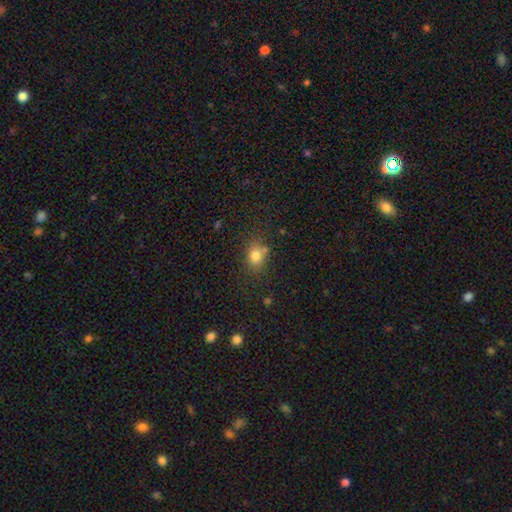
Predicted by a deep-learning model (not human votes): Smooth or featured?
  - smooth: 79% *
  - star or artifact: 13%
  - featured or disk: 8%
How rounded?
  - round: 52% *
  - in between: 47%
  - cigar-shaped: 1%
Merging?
  - none: 66% *
  - minor disturbance: 17%
  - merger: 12%
  - major disturbance: 5%